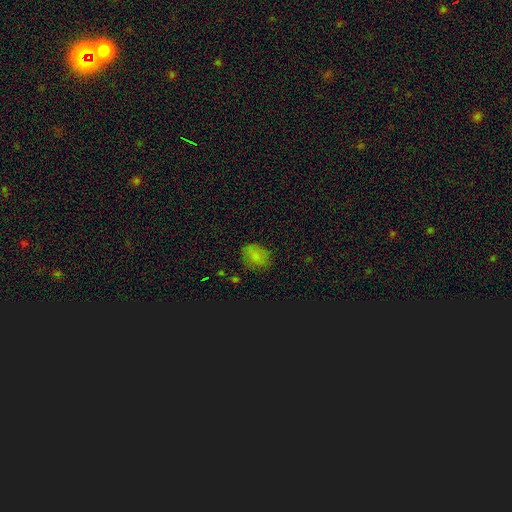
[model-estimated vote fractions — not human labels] smooth_or_featured: smooth (p=0.72) [alt: star or artifact p=0.18]
how_rounded: in between (p=0.58) [alt: round p=0.41]
merging: none (p=0.72) [alt: minor disturbance p=0.20]